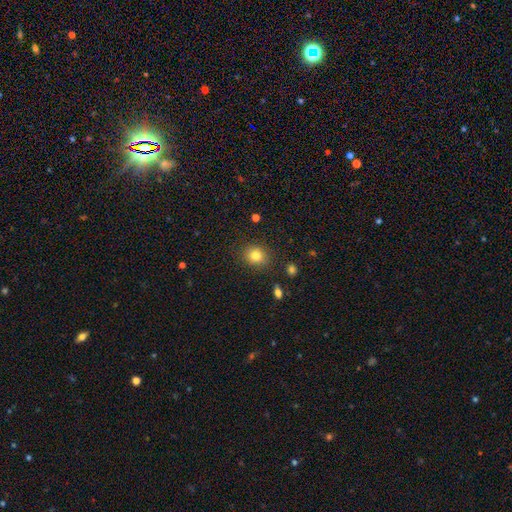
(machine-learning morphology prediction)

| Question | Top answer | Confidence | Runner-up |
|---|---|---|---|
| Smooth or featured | smooth | 81% | star or artifact (12%) |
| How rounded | round | 72% | in between (27%) |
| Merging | none | 86% | minor disturbance (9%) |